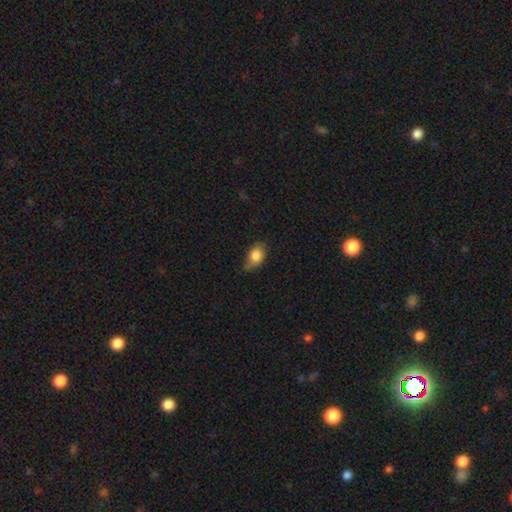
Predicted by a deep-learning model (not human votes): A smooth galaxy with no disk features (84%) that is in between round and cigar-shaped (82%). Merging: none (57%).